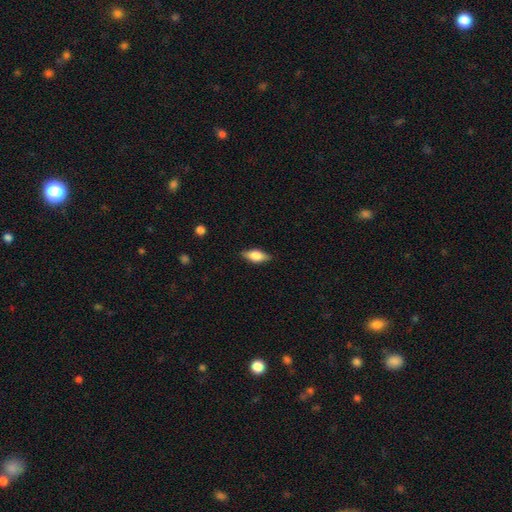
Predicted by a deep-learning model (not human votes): A smooth galaxy with no disk features (66%) that is in between round and cigar-shaped (79%). Merging: none (84%).